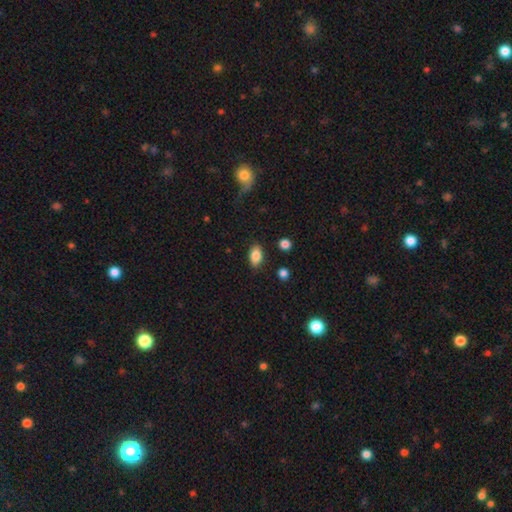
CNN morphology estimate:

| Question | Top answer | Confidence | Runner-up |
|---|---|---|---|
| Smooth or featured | smooth | 86% | star or artifact (8%) |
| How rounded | in between | 89% | round (9%) |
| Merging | none | 85% | minor disturbance (11%) |